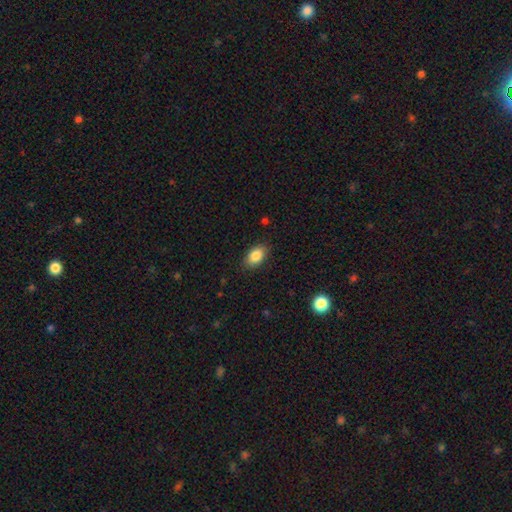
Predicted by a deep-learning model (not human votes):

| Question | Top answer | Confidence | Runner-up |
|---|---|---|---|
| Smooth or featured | smooth | 86% | star or artifact (8%) |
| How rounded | in between | 88% | round (10%) |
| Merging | none | 86% | minor disturbance (11%) |